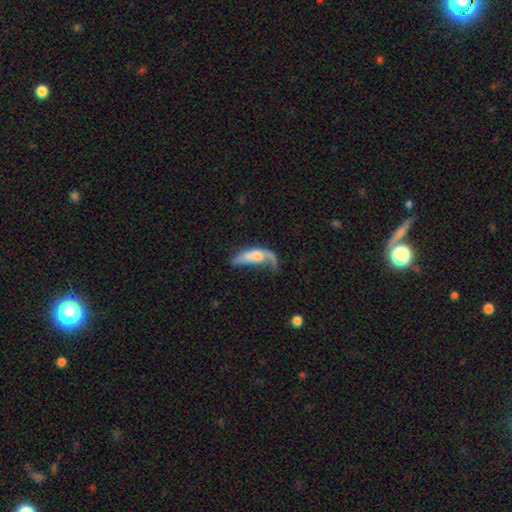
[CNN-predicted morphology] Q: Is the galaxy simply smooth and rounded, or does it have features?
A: featured or disk — 47%.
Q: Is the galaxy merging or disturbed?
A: major disturbance — 50%.